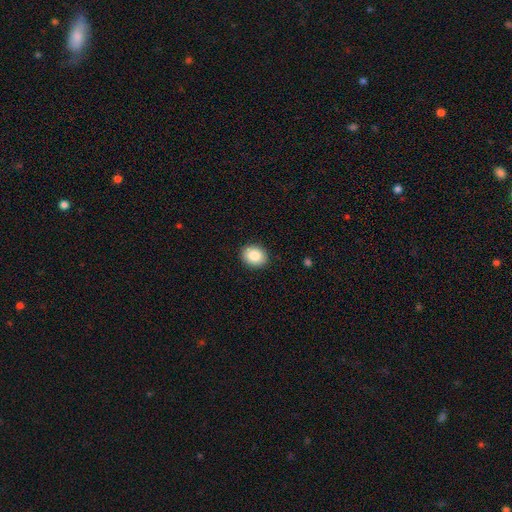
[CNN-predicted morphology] smooth 86%, star or artifact 8%, featured or disk 6%. Down the decision tree: how rounded — in between (53%); merging — none (90%).